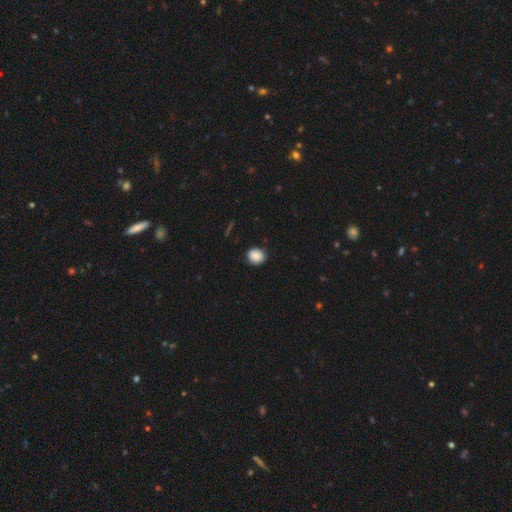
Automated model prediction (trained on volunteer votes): This is clearly a smooth galaxy (88%). How rounded: likely round (71%). Merging: clearly none (86%).